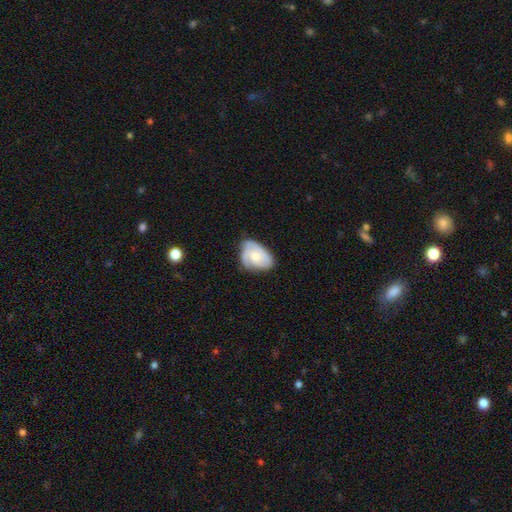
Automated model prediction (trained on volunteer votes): smooth_or_featured: featured or disk (p=0.62) [alt: smooth p=0.32]
disk_edge_on: no (p=0.97) [alt: yes p=0.03]
bar: no (p=0.77) [alt: weak p=0.20]
has_spiral_arms: yes (p=0.86) [alt: no p=0.14]
spiral_winding: tight (p=0.54) [alt: medium p=0.34]
spiral_arm_count: 3 (p=0.33) [alt: 2 p=0.26]
bulge_size: moderate (p=0.59) [alt: small p=0.31]
merging: none (p=0.57) [alt: minor disturbance p=0.32]